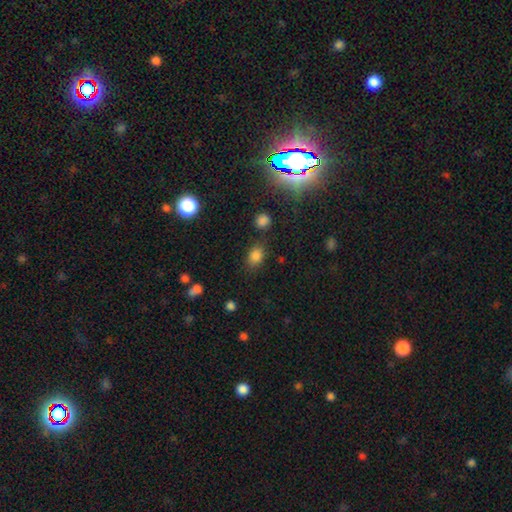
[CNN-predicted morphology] Smooth or featured: smooth — 81% (star or artifact — 14%)
How rounded: in between — 69% (round — 29%)
Merging: none — 76% (minor disturbance — 15%)